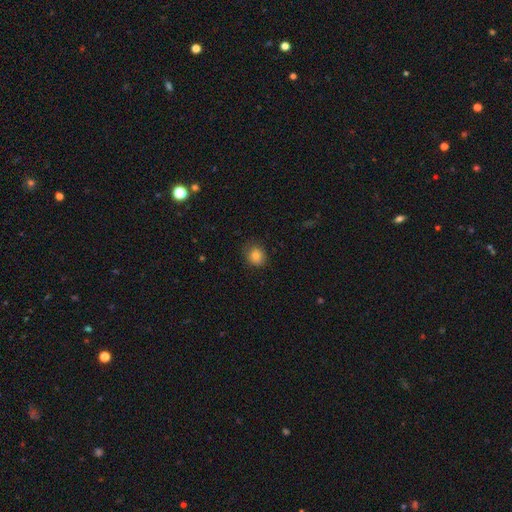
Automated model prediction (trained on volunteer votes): Smooth or featured? smooth (82%)
How rounded? round (73%)
Merging? none (75%)